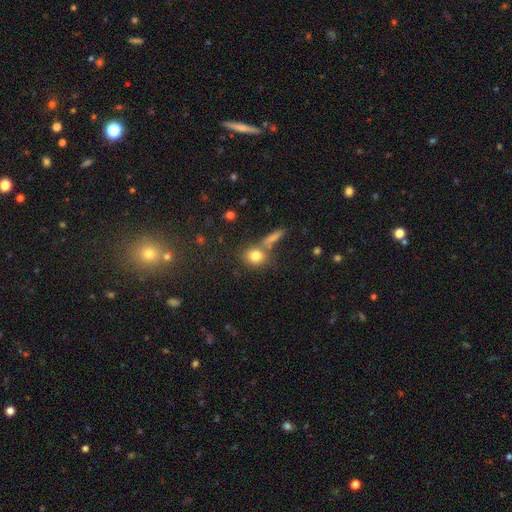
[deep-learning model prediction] Smooth or featured? Predicted: smooth (p=0.79). How rounded? Predicted: round (p=0.68). Merging? Predicted: none (p=0.59).